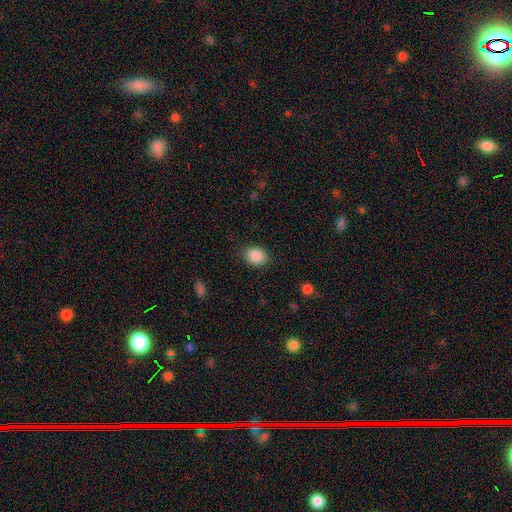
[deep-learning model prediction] Smooth or featured? Predicted: smooth (p=0.88). How rounded? Predicted: in between (p=0.59). Merging? Predicted: none (p=0.87).